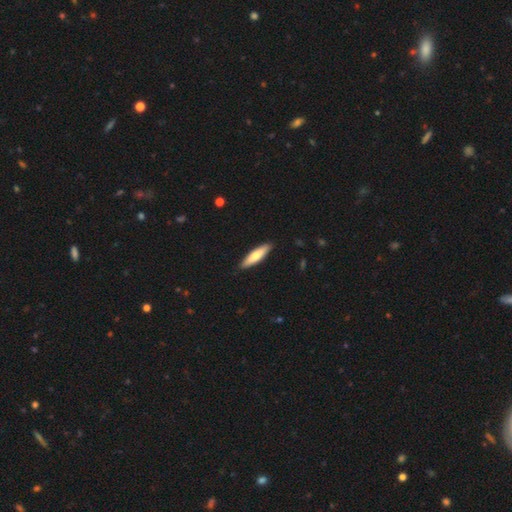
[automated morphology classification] A smooth galaxy with no disk features (66%) that is cigar-shaped (72%).

Vote fractions:
- Smooth or featured? smooth: 66% / featured or disk: 29% / star or artifact: 5%
- How rounded? cigar-shaped: 72% / in between: 27% / round: 1%
- Merging? none: 90% / minor disturbance: 7% / major disturbance: 1% / merger: 1%